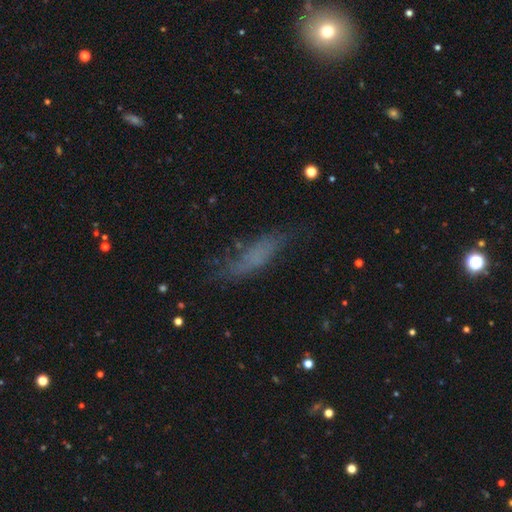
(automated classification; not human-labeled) Smooth or featured?
  - smooth: 54% *
  - featured or disk: 30%
  - star or artifact: 16%
How rounded?
  - cigar-shaped: 52% *
  - in between: 45%
  - round: 3%
Merging?
  - none: 51% *
  - minor disturbance: 27%
  - major disturbance: 19%
  - merger: 3%